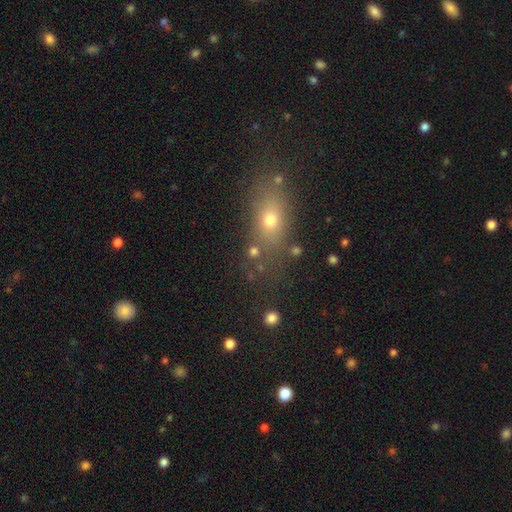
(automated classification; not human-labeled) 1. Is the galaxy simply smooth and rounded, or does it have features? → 55% smooth, 28% star or artifact, 17% featured or disk.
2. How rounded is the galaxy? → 58% in between, 25% round, 17% cigar-shaped.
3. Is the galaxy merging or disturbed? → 75% none, 14% minor disturbance, 6% merger, 6% major disturbance.